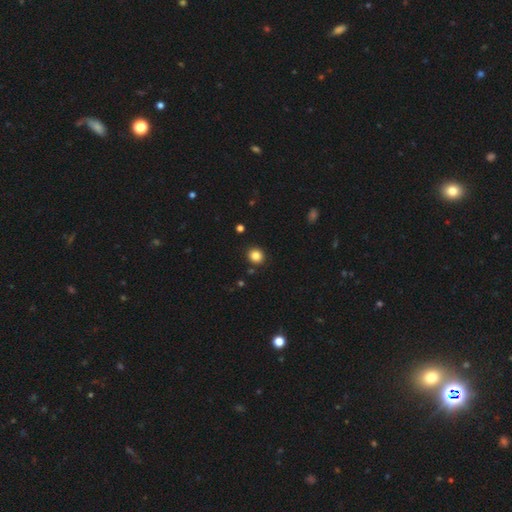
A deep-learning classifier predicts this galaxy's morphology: smooth_or_featured: smooth (p=0.85) [alt: star or artifact p=0.11]
how_rounded: round (p=0.84) [alt: in between p=0.15]
merging: none (p=0.90) [alt: minor disturbance p=0.06]